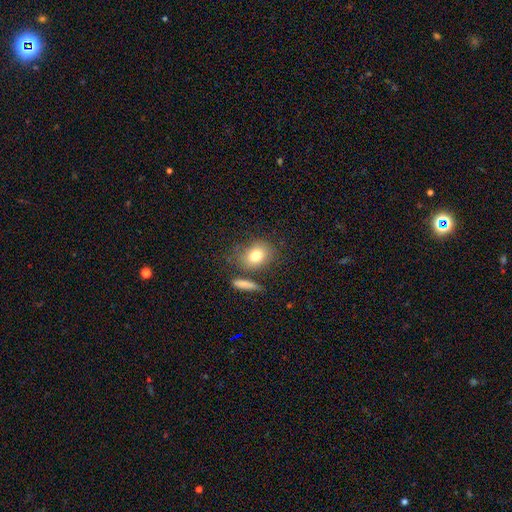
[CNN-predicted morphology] Smooth or featured: smooth — 78% (featured or disk — 13%)
How rounded: in between — 51% (round — 47%)
Merging: none — 68% (minor disturbance — 14%)